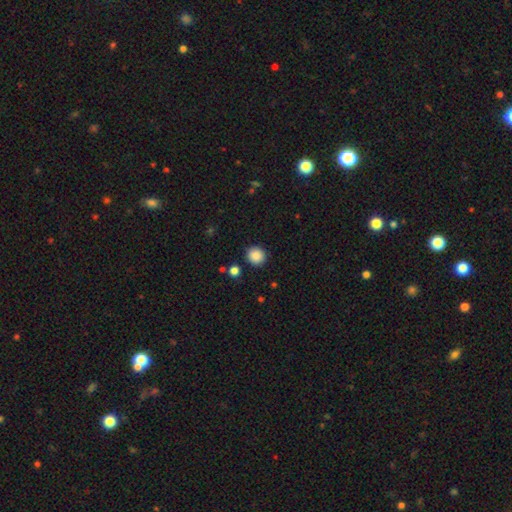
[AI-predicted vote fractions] smooth 87%, star or artifact 10%, featured or disk 3%. Down the decision tree: how rounded — round (89%); merging — none (88%).